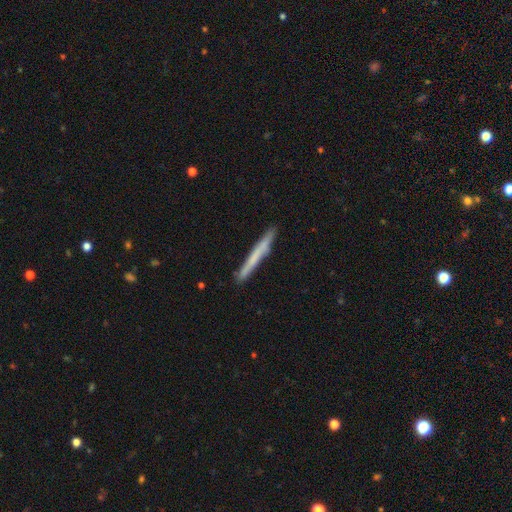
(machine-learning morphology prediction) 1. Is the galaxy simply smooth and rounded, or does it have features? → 56% smooth, 37% featured or disk, 6% star or artifact.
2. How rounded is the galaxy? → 97% cigar-shaped, 2% in between, 1% round.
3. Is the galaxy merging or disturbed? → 88% none, 9% minor disturbance, 1% major disturbance, 1% merger.